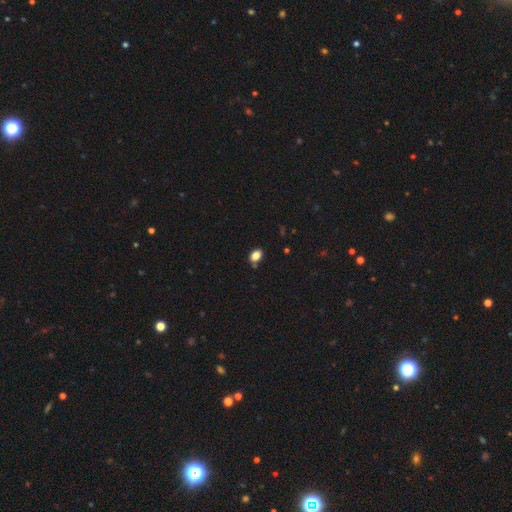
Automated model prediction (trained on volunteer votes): Overall: smooth (84%). How rounded: in between (82%). Merging: none (77%).